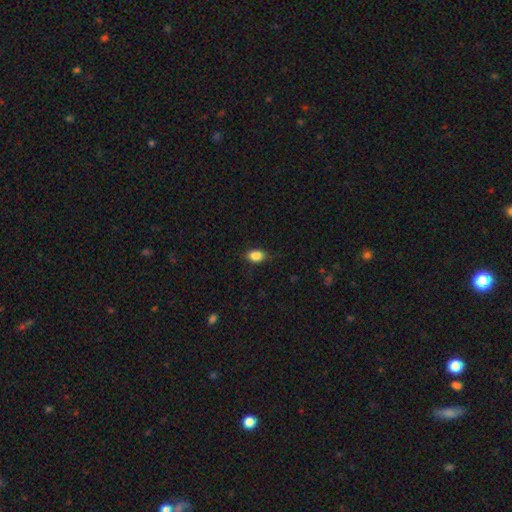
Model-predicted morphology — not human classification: Overall: smooth (87%). How rounded: in between (76%). Merging: none (77%).